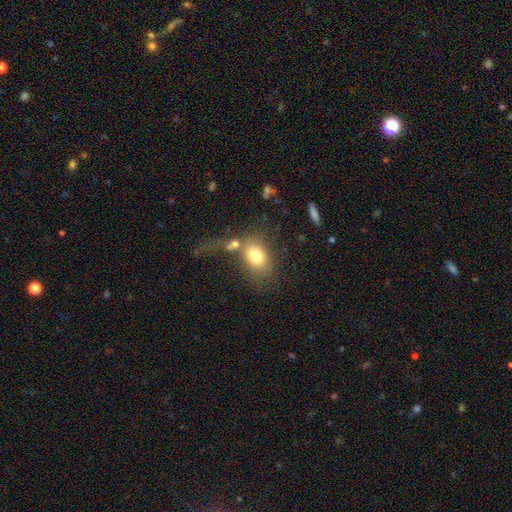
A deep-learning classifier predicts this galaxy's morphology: smooth 76%, featured or disk 15%, star or artifact 9%. Down the decision tree: how rounded — in between (72%); merging — none (43%).